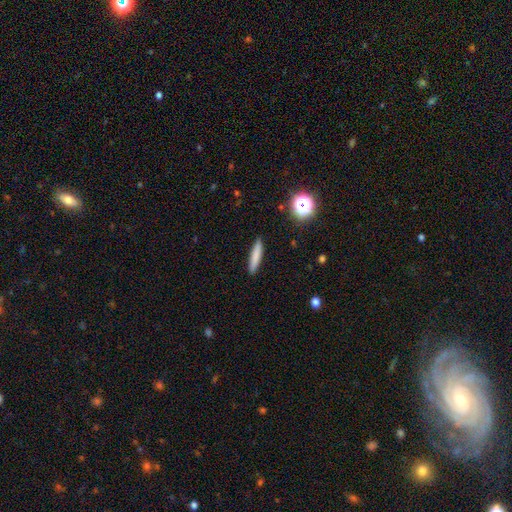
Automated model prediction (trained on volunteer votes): smooth 78%, featured or disk 14%, star or artifact 8%. Down the decision tree: how rounded — cigar-shaped (89%); merging — none (90%).